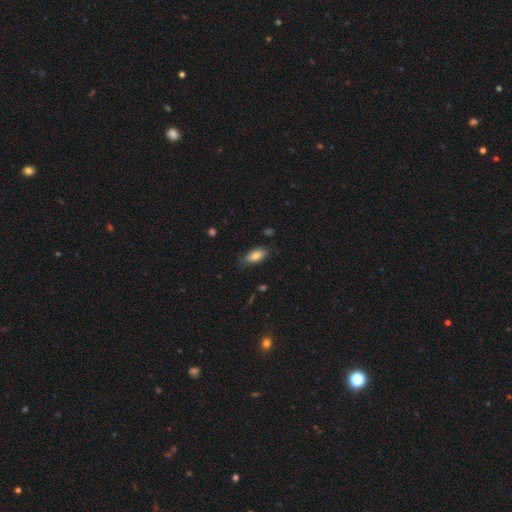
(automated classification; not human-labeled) Morphology: type=smooth (82%); roundness=in between (86%); merging=none (70%).